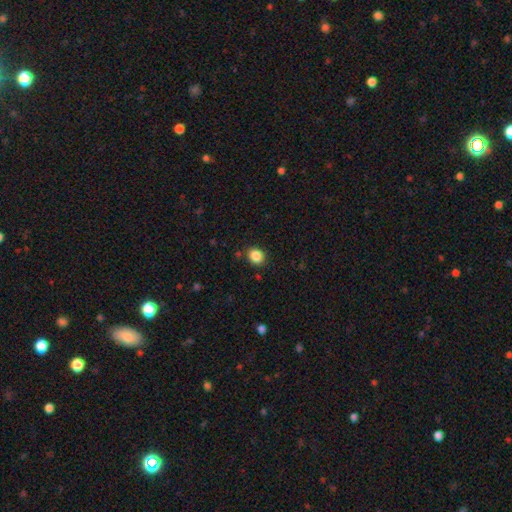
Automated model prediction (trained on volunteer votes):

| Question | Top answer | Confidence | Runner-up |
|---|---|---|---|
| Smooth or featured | smooth | 86% | star or artifact (10%) |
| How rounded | round | 64% | in between (36%) |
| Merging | none | 87% | minor disturbance (9%) |